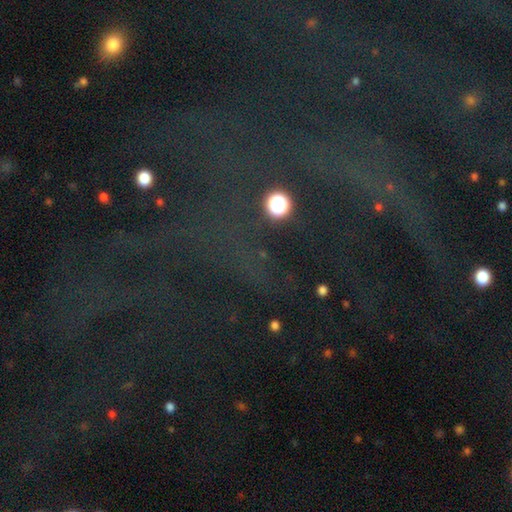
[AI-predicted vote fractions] Q: Smooth or featured?
A: star or artifact (80%); runner-up: smooth (11%)